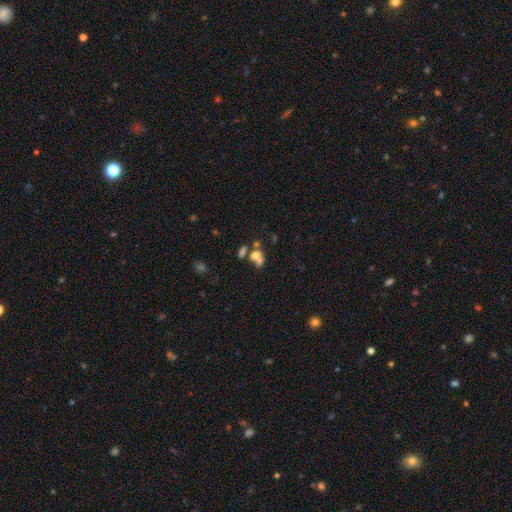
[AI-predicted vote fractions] Q: Smooth or featured?
A: smooth (61%); runner-up: featured or disk (24%)
Q: How rounded?
A: in between (59%); runner-up: round (39%)
Q: Merging?
A: merger (54%); runner-up: none (27%)